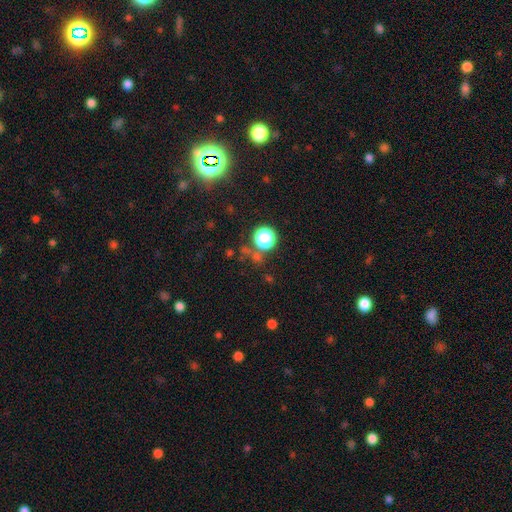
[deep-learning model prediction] The model was most divided on "smooth or featured": star or artifact: 61%, smooth: 31%, featured or disk: 8%.